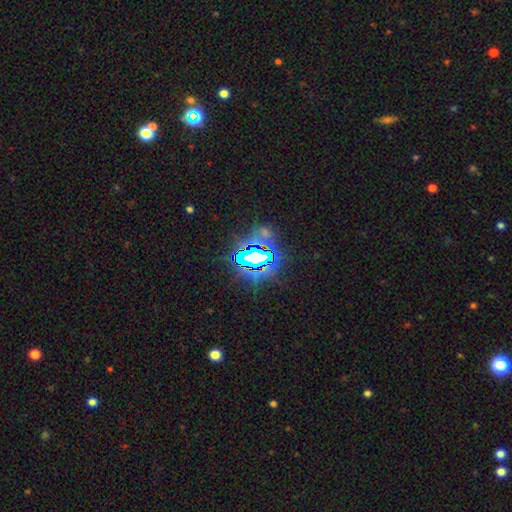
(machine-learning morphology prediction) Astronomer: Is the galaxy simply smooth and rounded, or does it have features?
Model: star or artifact — 73%.